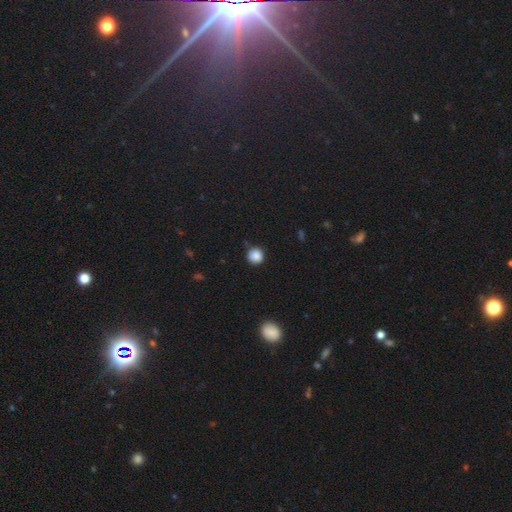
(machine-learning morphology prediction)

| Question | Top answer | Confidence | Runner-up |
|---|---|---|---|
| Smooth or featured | smooth | 86% | star or artifact (10%) |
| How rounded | round | 93% | in between (6%) |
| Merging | none | 82% | minor disturbance (13%) |